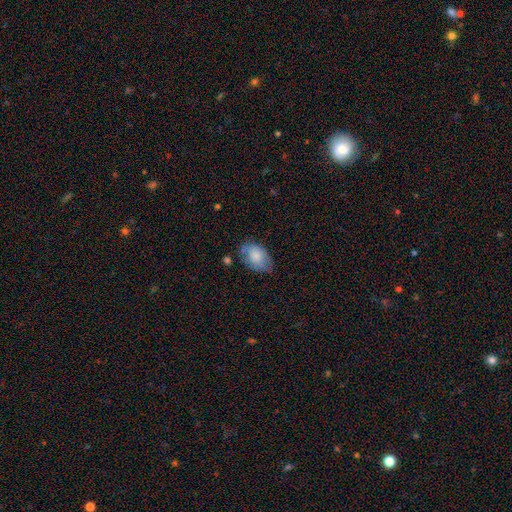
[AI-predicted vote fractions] Smooth or featured? Predicted: smooth (p=0.76). How rounded? Predicted: in between (p=0.87). Merging? Predicted: none (p=0.59).